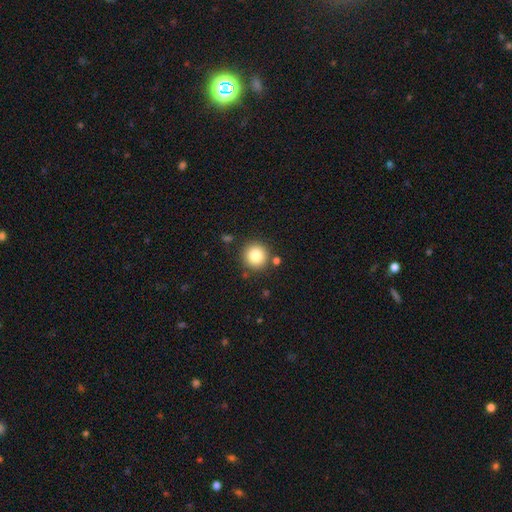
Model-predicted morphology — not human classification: Smooth or featured? smooth (83%)
How rounded? round (94%)
Merging? none (85%)